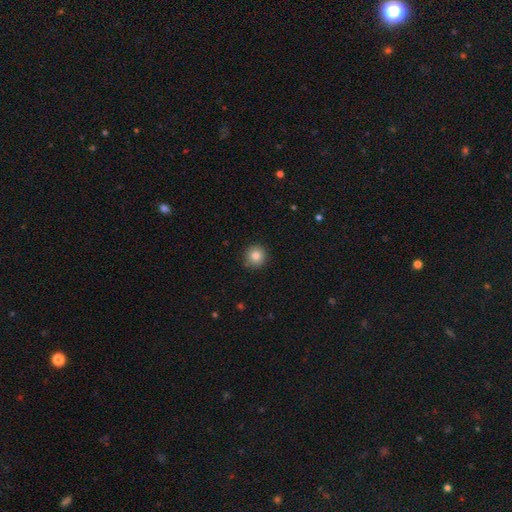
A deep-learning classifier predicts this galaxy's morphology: Q: Smooth or featured?
A: smooth (85%); runner-up: star or artifact (10%)
Q: How rounded?
A: round (94%); runner-up: in between (5%)
Q: Merging?
A: none (89%); runner-up: minor disturbance (7%)